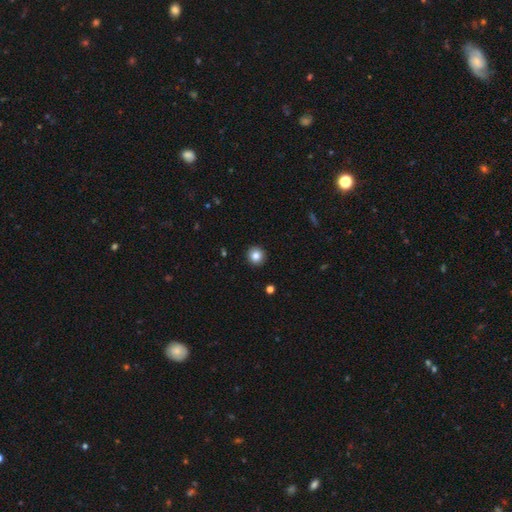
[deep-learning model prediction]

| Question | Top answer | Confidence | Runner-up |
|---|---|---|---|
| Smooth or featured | smooth | 84% | star or artifact (10%) |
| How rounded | round | 94% | in between (5%) |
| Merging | none | 93% | minor disturbance (4%) |